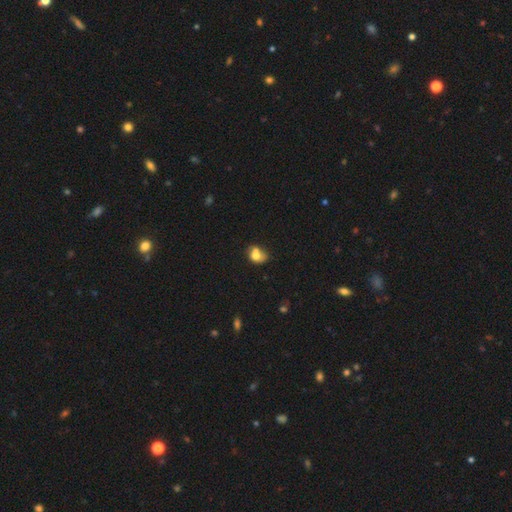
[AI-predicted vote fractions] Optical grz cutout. It shows a smooth galaxy with no disk features (70%) that is in between round and cigar-shaped (51%). Merging: merger (46%).